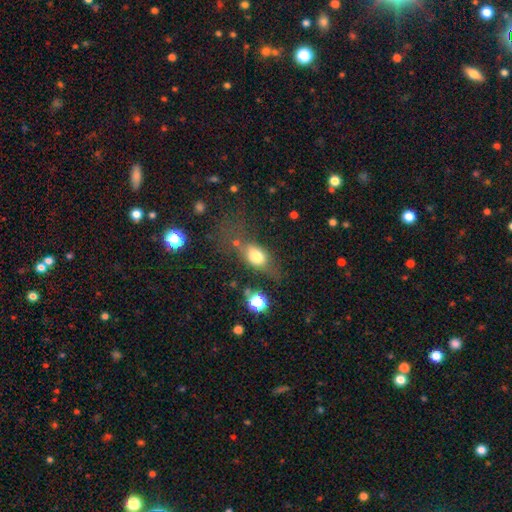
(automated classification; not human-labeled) Overall: smooth (70%). How rounded: in between (72%). Merging: none (48%; minor disturbance 23%).